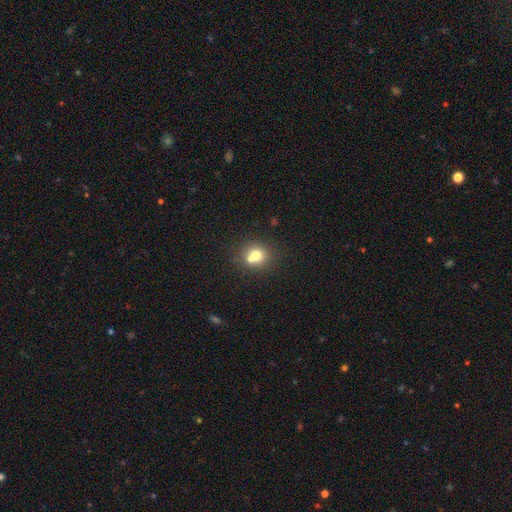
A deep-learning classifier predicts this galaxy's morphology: This is likely a smooth galaxy (72%). How rounded: clearly round (86%). Merging: possibly none (54%).